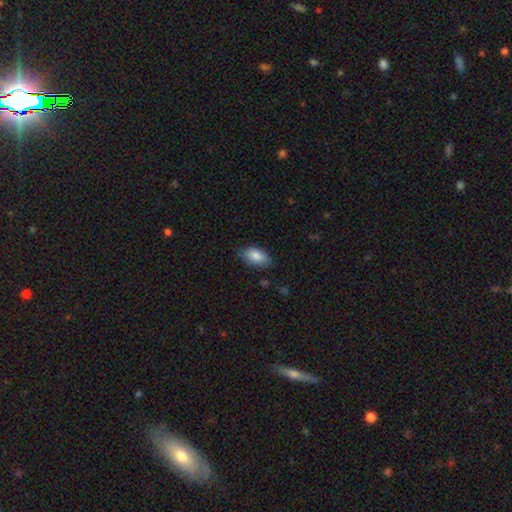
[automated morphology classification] Smooth or featured: smooth — 85% (featured or disk — 9%)
How rounded: in between — 92% (cigar-shaped — 4%)
Merging: none — 78% (minor disturbance — 18%)